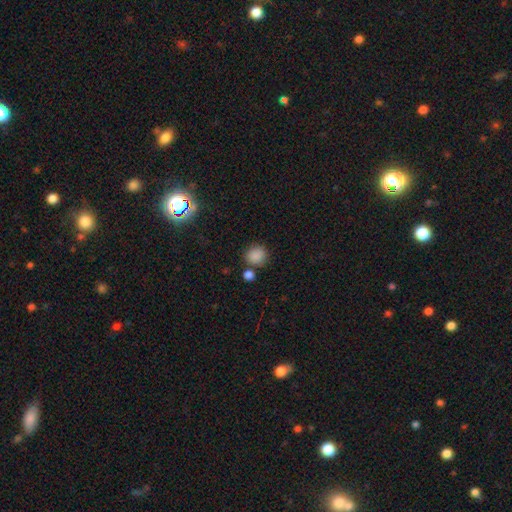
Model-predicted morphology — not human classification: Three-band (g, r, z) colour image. It shows a smooth galaxy with no disk features (86%) that is round (79%). Merging: none (75%).